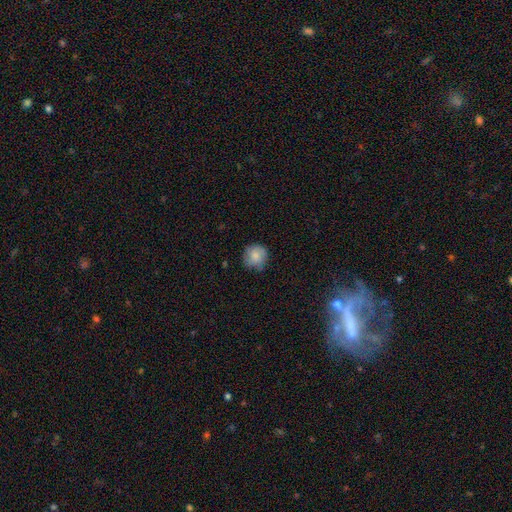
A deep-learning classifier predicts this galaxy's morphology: This is clearly a smooth galaxy (81%). How rounded: clearly round (91%). Merging: likely none (75%).